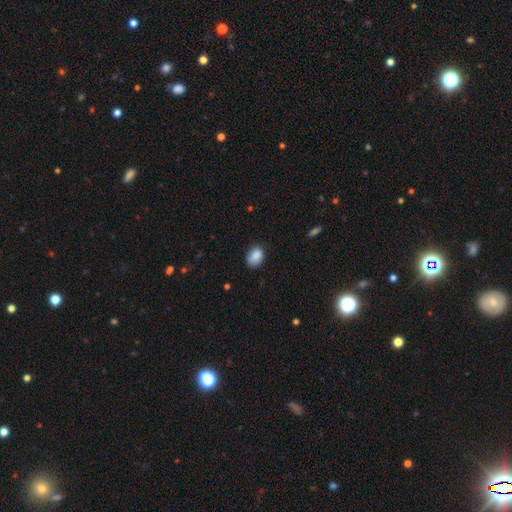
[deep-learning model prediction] Overall: smooth (88%). How rounded: in between (78%). Merging: none (76%).